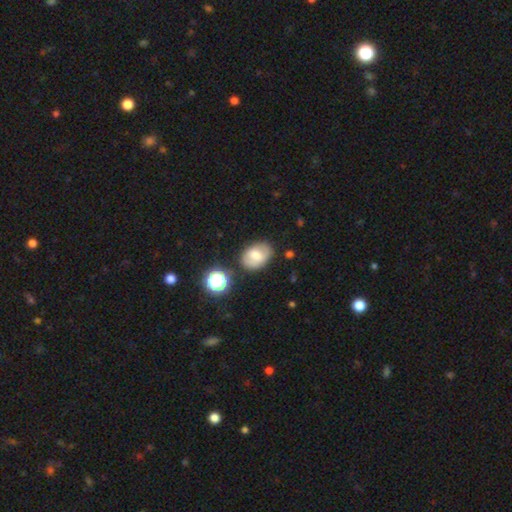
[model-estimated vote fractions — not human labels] smooth-or-featured: smooth: 60% | featured or disk: 30% | star or artifact: 10%
  how-rounded: in between: 76% | round: 23% | cigar-shaped: 1%
  merging: none: 74% | minor disturbance: 17% | major disturbance: 5% | merger: 4%